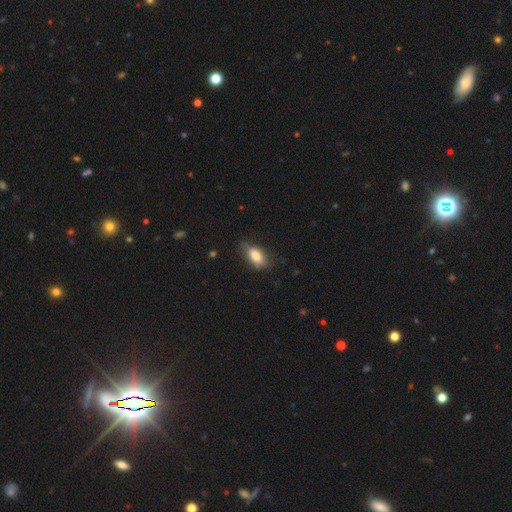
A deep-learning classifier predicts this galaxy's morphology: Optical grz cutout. It shows a smooth galaxy with no disk features (80%) that is in between round and cigar-shaped (87%). Merging: none (65%).